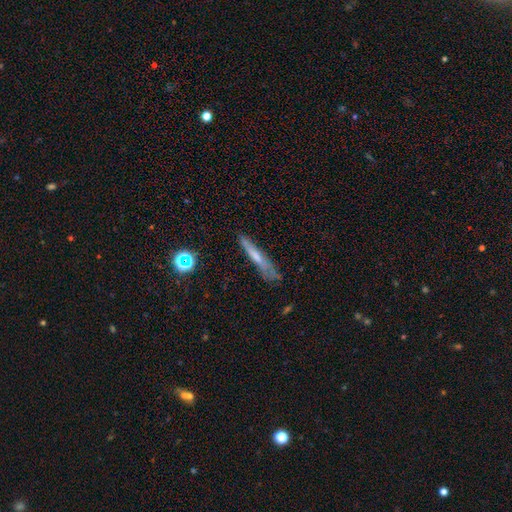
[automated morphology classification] Smooth or featured? Predicted: smooth (p=0.57). How rounded? Predicted: cigar-shaped (p=0.91). Merging? Predicted: none (p=0.62).